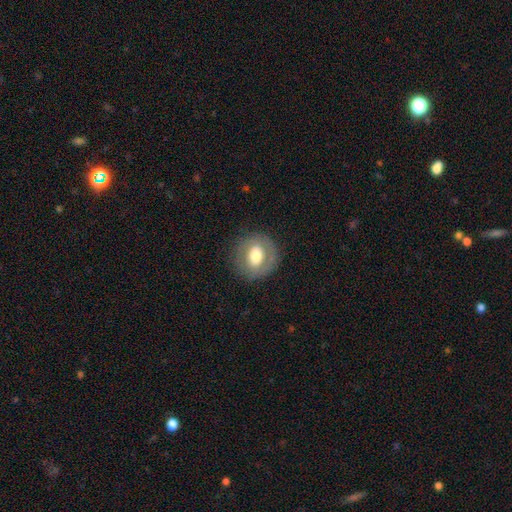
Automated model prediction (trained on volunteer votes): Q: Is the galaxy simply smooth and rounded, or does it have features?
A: smooth — 55%.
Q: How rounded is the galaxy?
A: round — 75%.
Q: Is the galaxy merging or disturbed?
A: none — 82%.